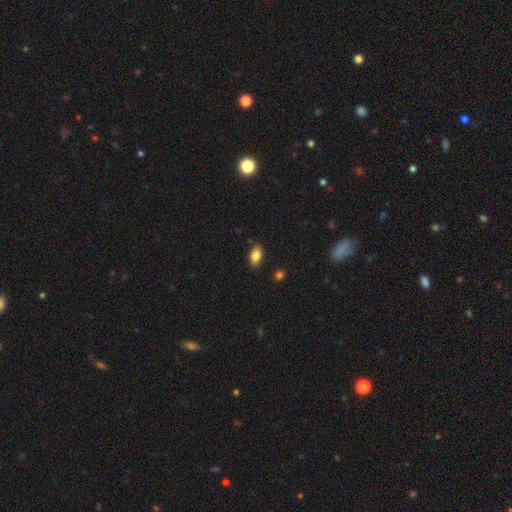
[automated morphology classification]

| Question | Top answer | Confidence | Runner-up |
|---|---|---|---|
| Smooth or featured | smooth | 84% | featured or disk (8%) |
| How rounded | in between | 91% | round (5%) |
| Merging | none | 86% | minor disturbance (10%) |